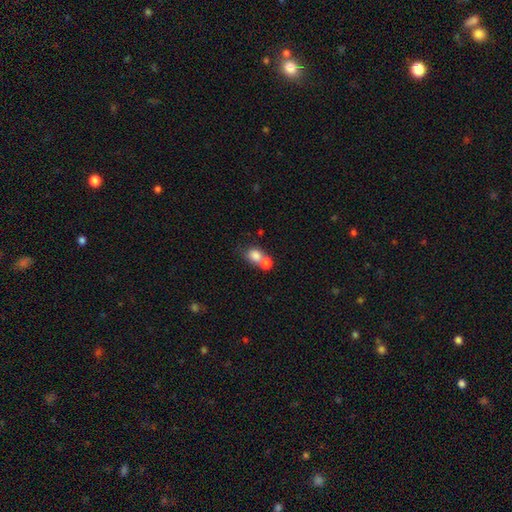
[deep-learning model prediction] Morphology: type=smooth (80%); roundness=round (67%); merging=merger (55%).